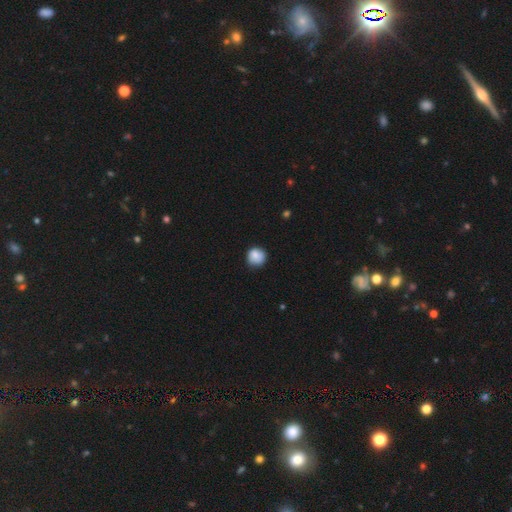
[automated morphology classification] smooth 85%, star or artifact 8%, featured or disk 7%. Down the decision tree: how rounded — round (91%); merging — none (78%).